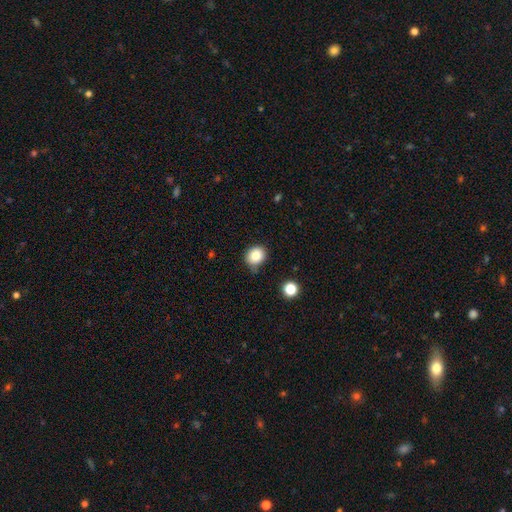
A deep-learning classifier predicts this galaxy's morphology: This appears to be a smooth galaxy with no disk features (82%) that is round (76%). Merging: none (73%).